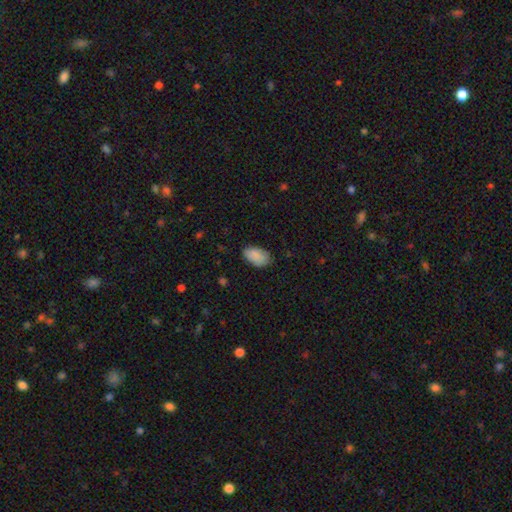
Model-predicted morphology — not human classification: smooth 87%, star or artifact 7%, featured or disk 6%. Down the decision tree: how rounded — in between (94%); merging — none (77%).